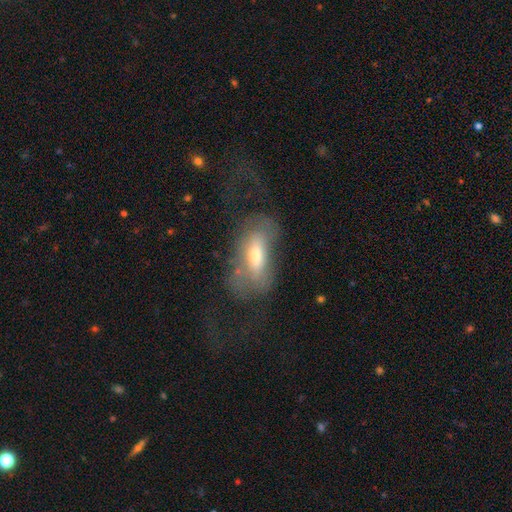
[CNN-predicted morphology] A smooth galaxy with no disk features (54%) that is in between round and cigar-shaped (81%). Merging: major disturbance (41%).